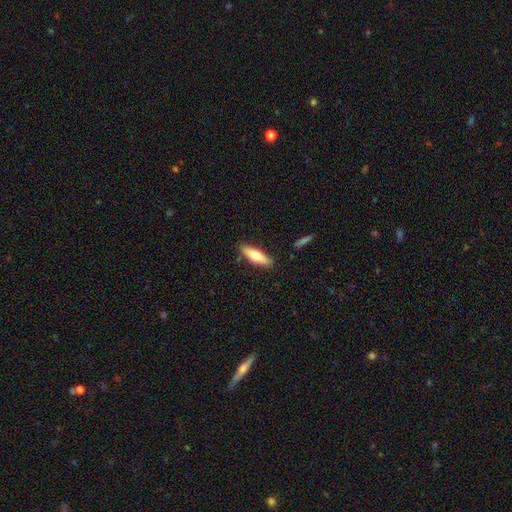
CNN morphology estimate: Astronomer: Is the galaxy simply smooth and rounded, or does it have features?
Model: smooth — 58% (runner-up: featured or disk, 36%).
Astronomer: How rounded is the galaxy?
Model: cigar-shaped — 54% (runner-up: in between, 44%).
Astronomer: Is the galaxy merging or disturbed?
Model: none — 85%.